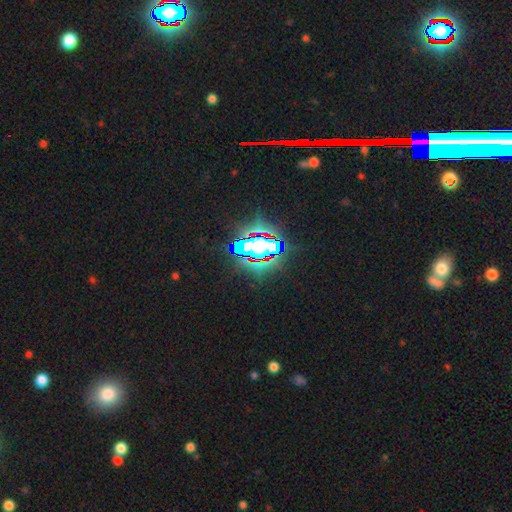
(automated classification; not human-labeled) This is clearly a star or artifact rather than a galaxy (82%).